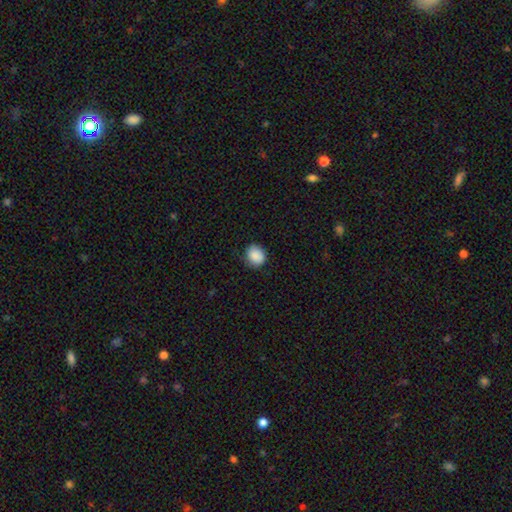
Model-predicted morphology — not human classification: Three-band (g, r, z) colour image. It shows a smooth galaxy with no disk features (88%) that is round (66%). Merging: none (81%).